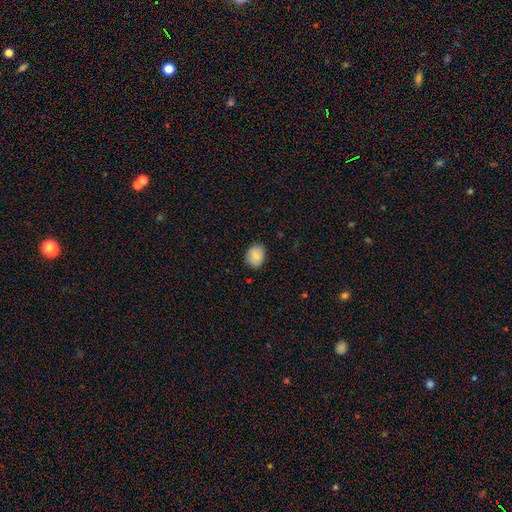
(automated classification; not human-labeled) Overall: smooth (87%). How rounded: in between (50%; round 49%). Merging: none (85%).